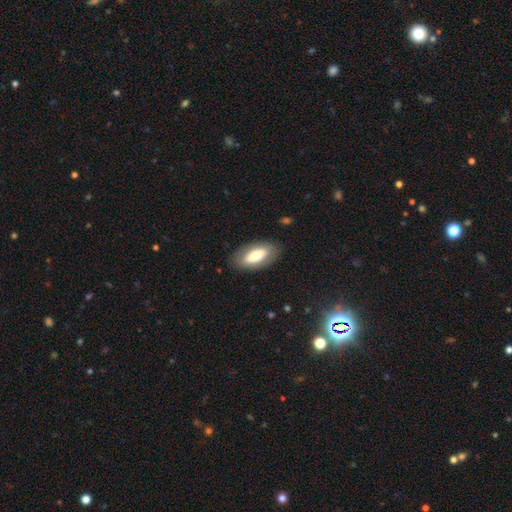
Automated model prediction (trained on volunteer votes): A smooth galaxy with no disk features (67%) that is in between round and cigar-shaped (92%).

Vote fractions:
- Smooth or featured? smooth: 67% / featured or disk: 27% / star or artifact: 6%
- How rounded? in between: 92% / cigar-shaped: 6% / round: 3%
- Merging? none: 84% / minor disturbance: 11% / major disturbance: 4% / merger: 1%